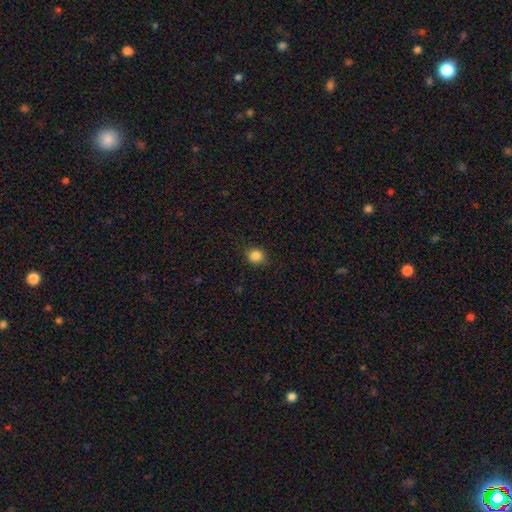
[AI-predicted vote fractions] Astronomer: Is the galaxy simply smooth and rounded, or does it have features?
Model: smooth — 85%.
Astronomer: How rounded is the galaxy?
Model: round — 84%.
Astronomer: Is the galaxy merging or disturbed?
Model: none — 88%.